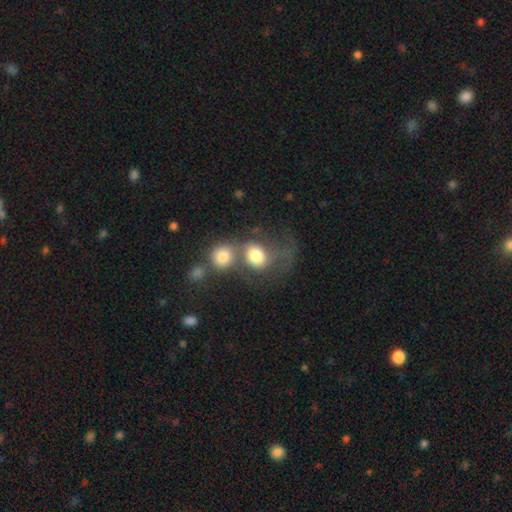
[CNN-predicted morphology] Smooth or featured: smooth — 69% (featured or disk — 23%)
How rounded: round — 60% (in between — 39%)
Merging: merger — 59% (none — 18%)